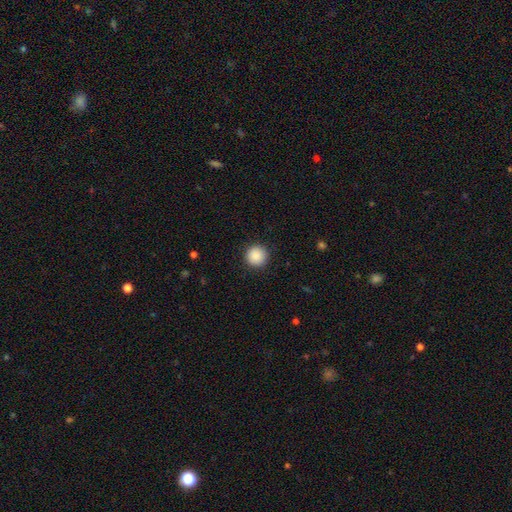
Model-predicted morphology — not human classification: smooth_or_featured: smooth (p=0.89) [alt: star or artifact p=0.09]
how_rounded: round (p=0.96) [alt: in between p=0.03]
merging: none (p=0.92) [alt: minor disturbance p=0.05]